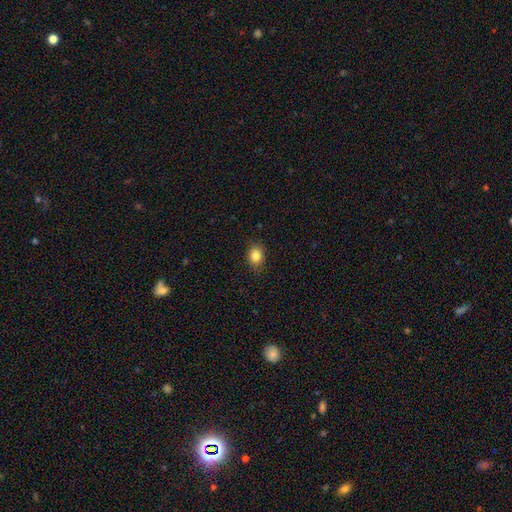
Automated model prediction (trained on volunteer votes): Smooth or featured? Predicted: smooth (p=0.84). How rounded? Predicted: in between (p=0.52). Merging? Predicted: none (p=0.86).